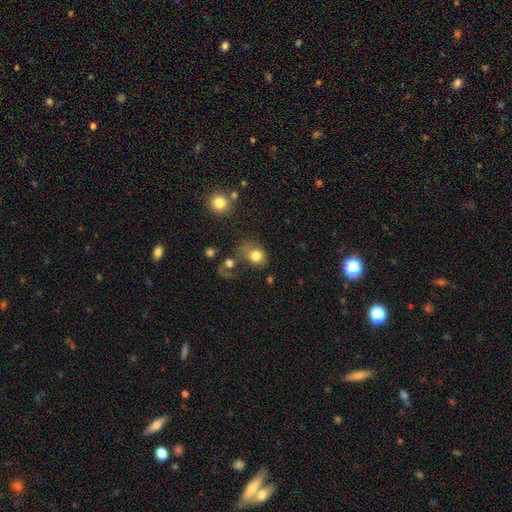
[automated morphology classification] Q: Smooth or featured?
A: smooth (79%); runner-up: star or artifact (11%)
Q: How rounded?
A: round (57%); runner-up: in between (42%)
Q: Merging?
A: none (43%); runner-up: minor disturbance (22%)